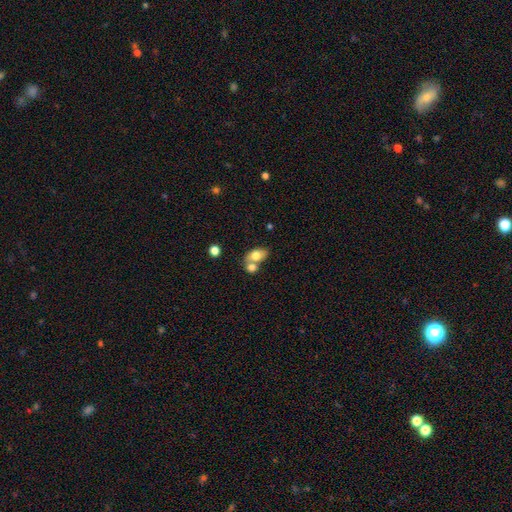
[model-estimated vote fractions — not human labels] Smooth or featured? smooth (74%)
How rounded? in between (81%)
Merging? merger (50%)